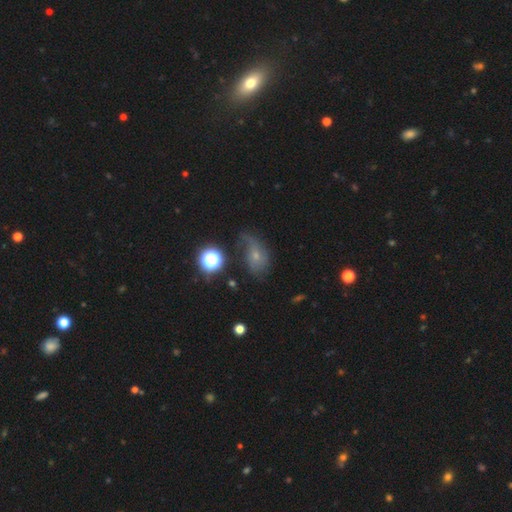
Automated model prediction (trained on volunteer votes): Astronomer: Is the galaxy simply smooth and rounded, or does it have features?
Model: featured or disk — 43% (runner-up: smooth, 40%).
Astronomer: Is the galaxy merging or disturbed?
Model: none — 36% (runner-up: minor disturbance, 31%).